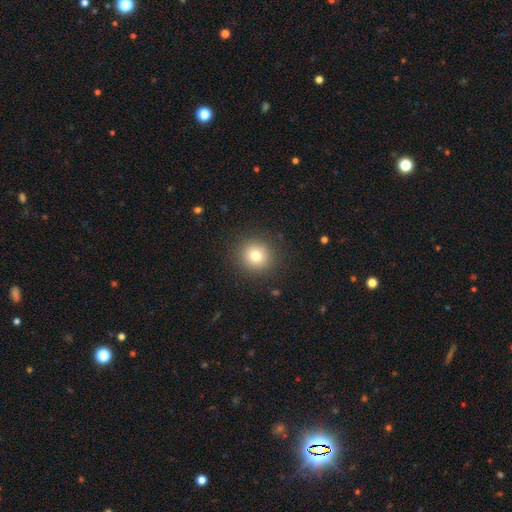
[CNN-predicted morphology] Smooth or featured? Predicted: smooth (p=0.78). How rounded? Predicted: round (p=0.92). Merging? Predicted: none (p=0.90).